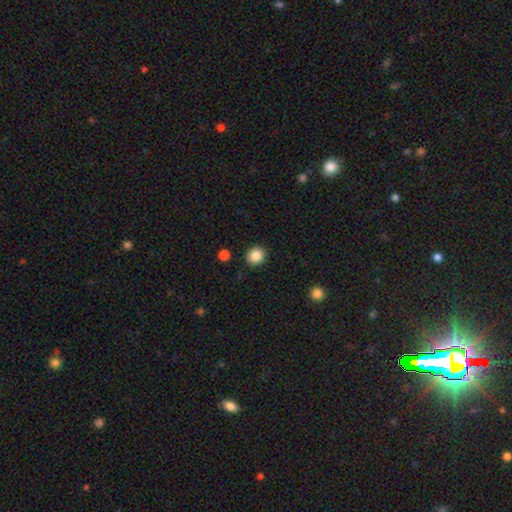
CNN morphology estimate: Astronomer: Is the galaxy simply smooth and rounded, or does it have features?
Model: smooth — 86%.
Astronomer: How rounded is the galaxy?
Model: round — 81%.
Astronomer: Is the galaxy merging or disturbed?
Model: none — 89%.